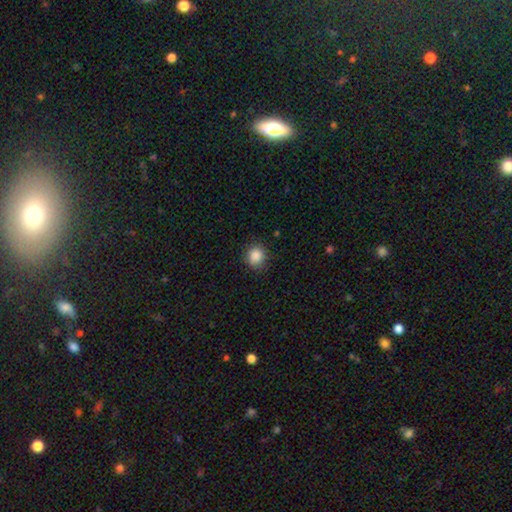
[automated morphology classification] Smooth or featured: smooth — 88% (star or artifact — 9%)
How rounded: round — 80% (in between — 19%)
Merging: none — 83% (minor disturbance — 12%)